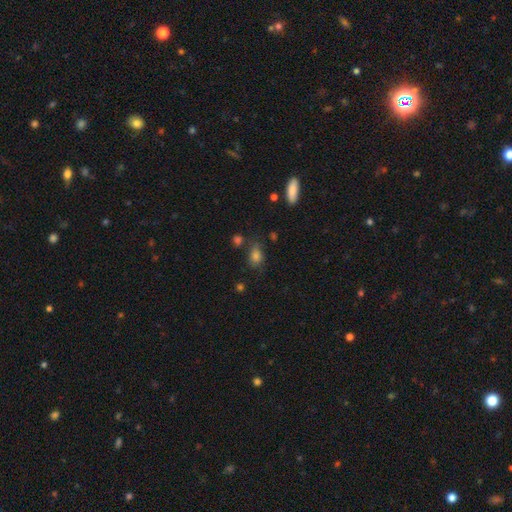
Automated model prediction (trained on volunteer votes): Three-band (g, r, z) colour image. It shows a smooth galaxy with no disk features (75%) that is in between round and cigar-shaped (73%). Merging: none (67%).